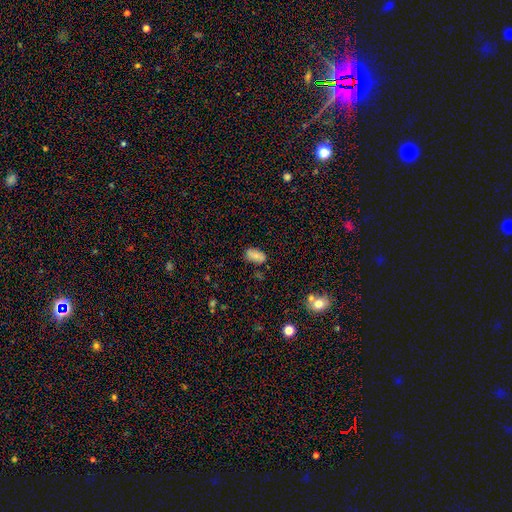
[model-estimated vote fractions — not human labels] smooth-or-featured: smooth: 78% | featured or disk: 13% | star or artifact: 9%
  how-rounded: in between: 92% | round: 6% | cigar-shaped: 2%
  merging: none: 75% | minor disturbance: 19% | major disturbance: 4% | merger: 3%